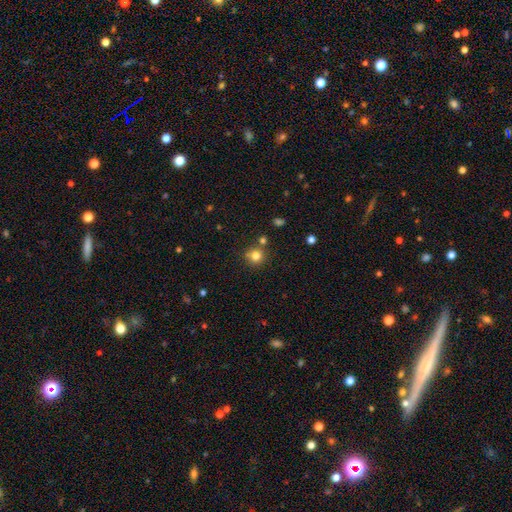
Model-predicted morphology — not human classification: Smooth or featured: smooth — 80% (star or artifact — 13%)
How rounded: round — 92% (in between — 7%)
Merging: none — 75% (merger — 13%)